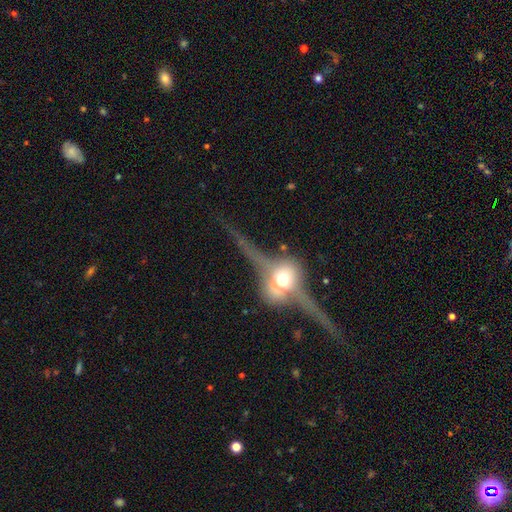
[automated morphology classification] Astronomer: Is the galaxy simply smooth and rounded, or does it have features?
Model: featured or disk — 88%.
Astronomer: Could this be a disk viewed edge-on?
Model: yes — 92%.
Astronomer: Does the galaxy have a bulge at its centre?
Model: rounded — 93%.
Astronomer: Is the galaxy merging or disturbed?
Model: none — 77%.